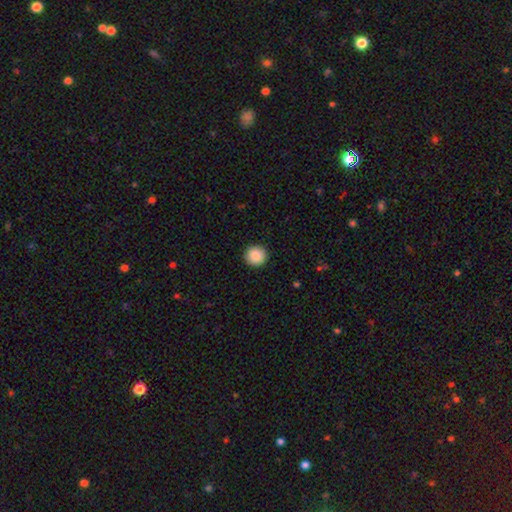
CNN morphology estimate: A smooth galaxy with no disk features (88%) that is round (94%). Merging: none (93%).